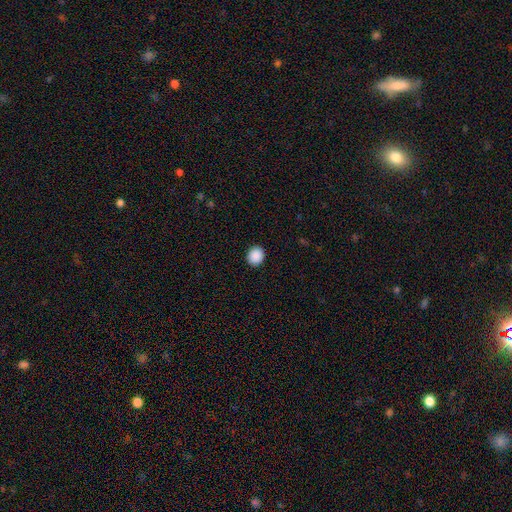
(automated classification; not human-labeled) smooth-or-featured: smooth: 90% | star or artifact: 8% | featured or disk: 2%
  how-rounded: round: 76% | in between: 23% | cigar-shaped: 1%
  merging: none: 92% | minor disturbance: 6% | major disturbance: 2% | merger: 1%